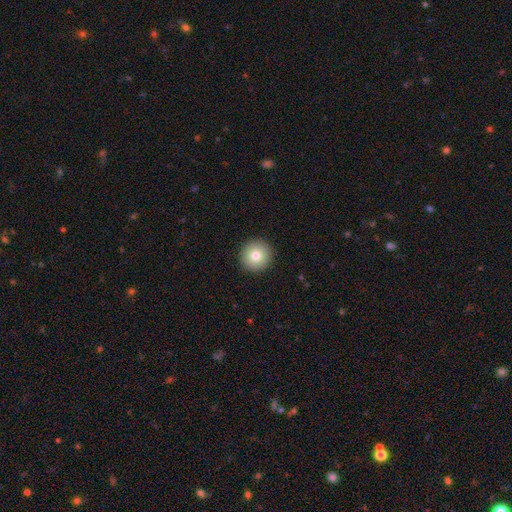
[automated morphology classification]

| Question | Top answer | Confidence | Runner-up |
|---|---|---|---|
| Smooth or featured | smooth | 80% | featured or disk (10%) |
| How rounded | round | 95% | in between (5%) |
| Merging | none | 93% | minor disturbance (5%) |